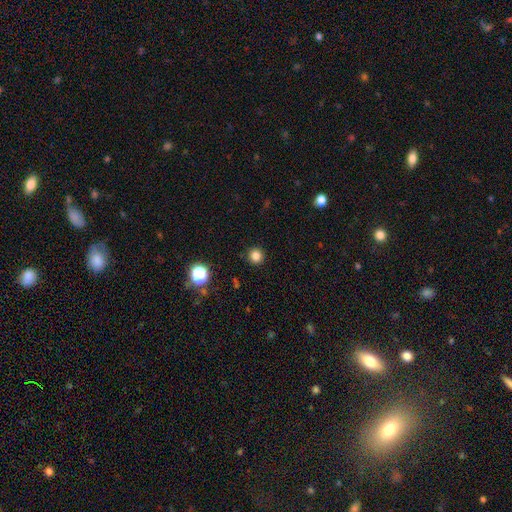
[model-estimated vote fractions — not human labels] smooth-or-featured: smooth: 82% | star or artifact: 14% | featured or disk: 4%
  how-rounded: round: 94% | in between: 5% | cigar-shaped: 1%
  merging: none: 92% | minor disturbance: 5% | major disturbance: 2% | merger: 1%